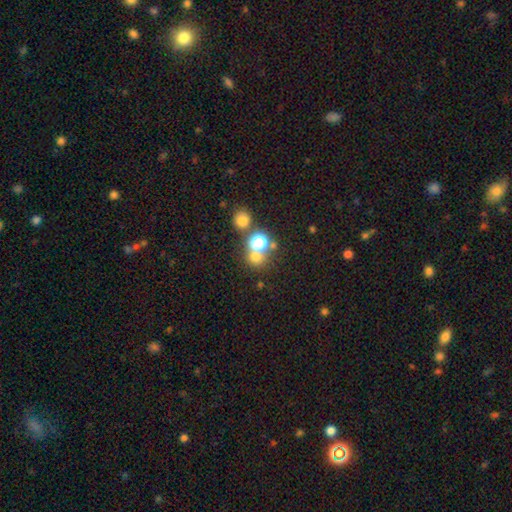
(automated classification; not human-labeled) Overall: smooth (64%; star or artifact 26%). How rounded: round (85%). Merging: none (58%; merger 30%).